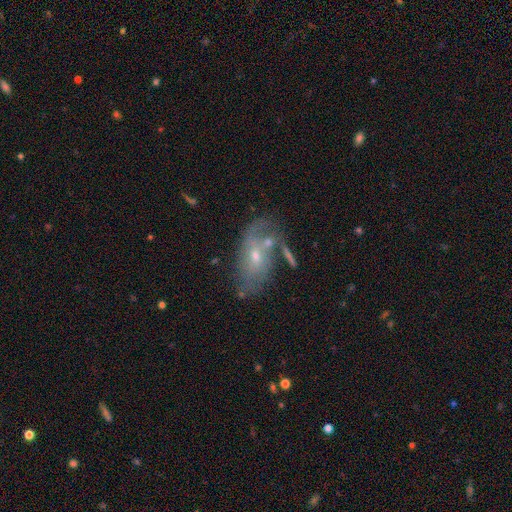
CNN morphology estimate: smooth_or_featured: featured or disk (p=0.63) [alt: smooth p=0.25]
disk_edge_on: no (p=0.91) [alt: yes p=0.09]
bar: no (p=0.66) [alt: weak p=0.27]
has_spiral_arms: yes (p=0.68) [alt: no p=0.32]
bulge_size: small (p=0.56) [alt: moderate p=0.39]
merging: none (p=0.48) [alt: minor disturbance p=0.20]